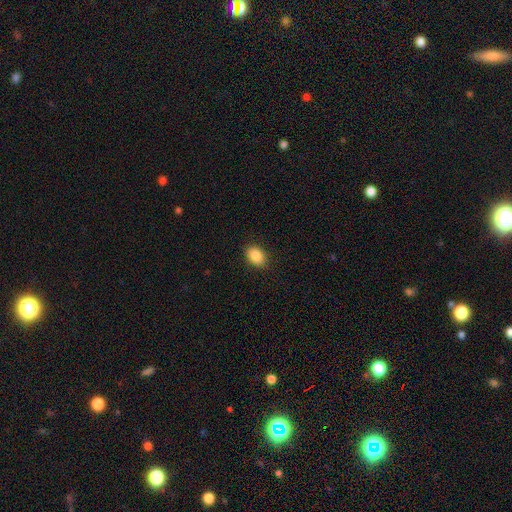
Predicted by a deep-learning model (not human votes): This is clearly a smooth galaxy (87%). How rounded: likely in between (74%). Merging: clearly none (88%).